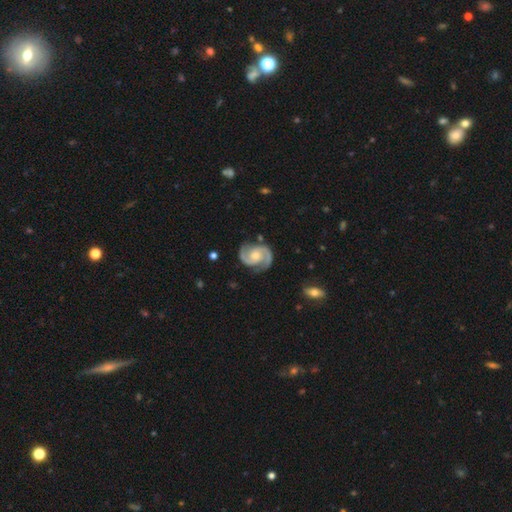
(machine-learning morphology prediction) This is clearly a featured or disk galaxy (93%). It is clearly not viewed edge-on (98%). Bar: likely no (63%). Spiral arm pattern: clearly yes (98%). Spiral arm count: clearly 2 (94%). Spiral winding: possibly medium (56%). Central bulge: possibly moderate (56%). Merging: clearly none (83%).